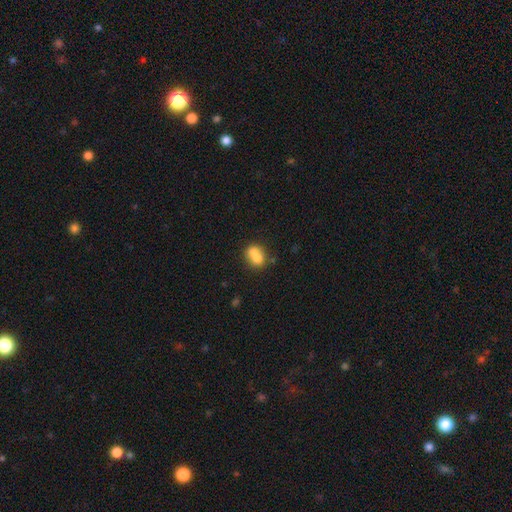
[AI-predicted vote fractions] This appears to be a smooth galaxy with no disk features (69%) that is round (51%). Merging: merger (58%).